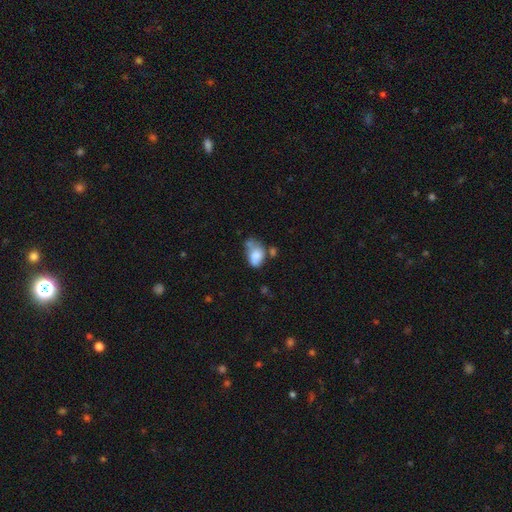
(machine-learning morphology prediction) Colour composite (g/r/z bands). It shows a smooth galaxy with no disk features (71%) that is in between round and cigar-shaped (80%). Merging: merger (32%).